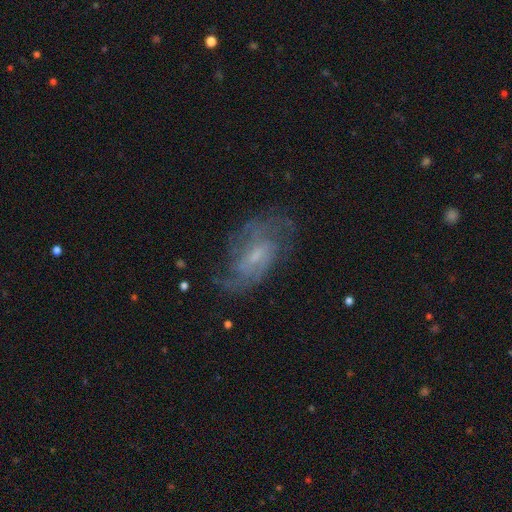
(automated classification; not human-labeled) smooth_or_featured: featured or disk (p=0.77) [alt: smooth p=0.14]
disk_edge_on: no (p=0.95) [alt: yes p=0.05]
bar: weak (p=0.50) [alt: no p=0.39]
has_spiral_arms: yes (p=0.90) [alt: no p=0.10]
spiral_winding: medium (p=0.44) [alt: tight p=0.37]
spiral_arm_count: can't tell (p=0.37) [alt: 2 p=0.34]
bulge_size: small (p=0.55) [alt: moderate p=0.28]
merging: none (p=0.66) [alt: minor disturbance p=0.20]